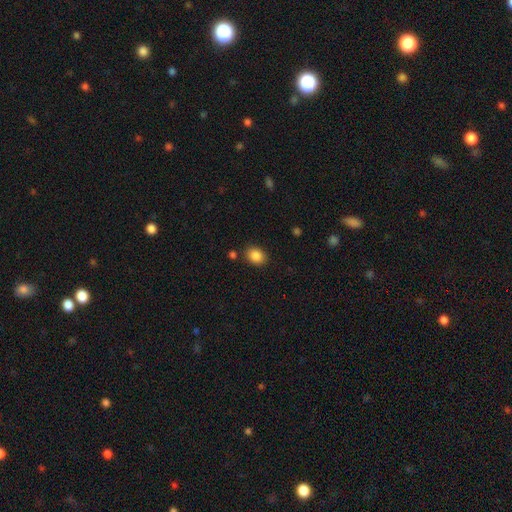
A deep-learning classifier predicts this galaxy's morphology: The model was most divided on "how rounded": in between: 58%, round: 41%, cigar-shaped: 1%. More confident: smooth or featured — smooth (87%); merging — none (83%).